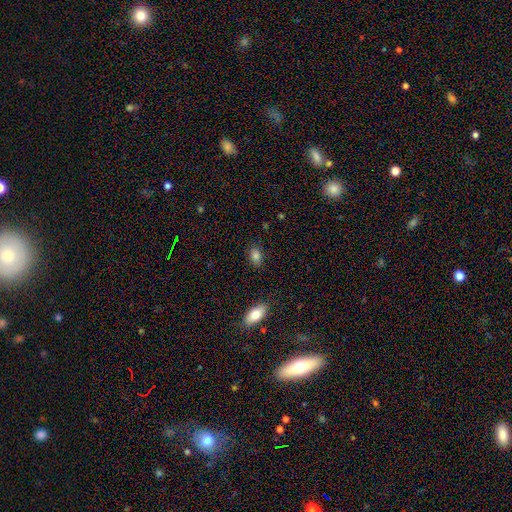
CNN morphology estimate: Q: Smooth or featured?
A: smooth (85%); runner-up: star or artifact (9%)
Q: How rounded?
A: in between (86%); runner-up: round (12%)
Q: Merging?
A: none (84%); runner-up: minor disturbance (11%)